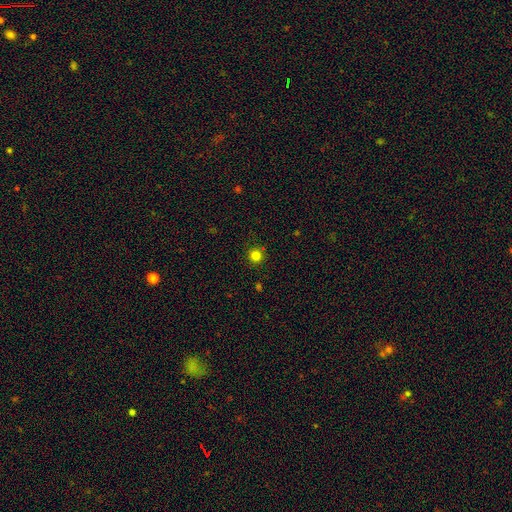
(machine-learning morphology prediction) Smooth or featured?
  - smooth: 83% *
  - star or artifact: 14%
  - featured or disk: 3%
How rounded?
  - round: 94% *
  - in between: 5%
  - cigar-shaped: 1%
Merging?
  - none: 90% *
  - minor disturbance: 6%
  - major disturbance: 2%
  - merger: 2%